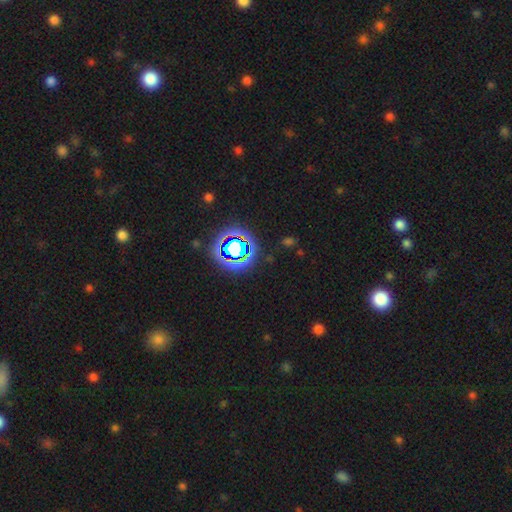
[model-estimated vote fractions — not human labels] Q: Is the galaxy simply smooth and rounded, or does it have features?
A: star or artifact — 77%.